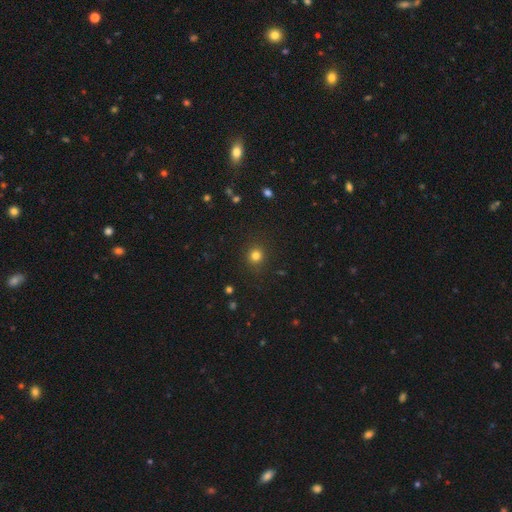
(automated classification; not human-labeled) smooth_or_featured: smooth (p=0.80) [alt: star or artifact p=0.15]
how_rounded: round (p=0.88) [alt: in between p=0.11]
merging: none (p=0.89) [alt: minor disturbance p=0.07]